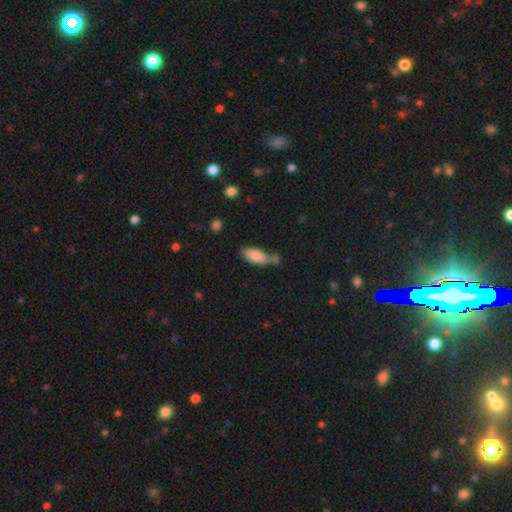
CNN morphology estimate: Q: Smooth or featured?
A: smooth (85%); runner-up: featured or disk (8%)
Q: How rounded?
A: in between (83%); runner-up: cigar-shaped (15%)
Q: Merging?
A: none (53%); runner-up: merger (23%)